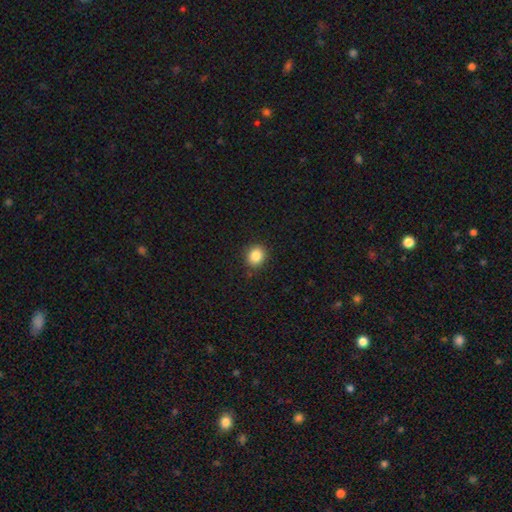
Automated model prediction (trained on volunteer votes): This is clearly a smooth galaxy (85%). How rounded: likely round (77%). Merging: clearly none (90%).